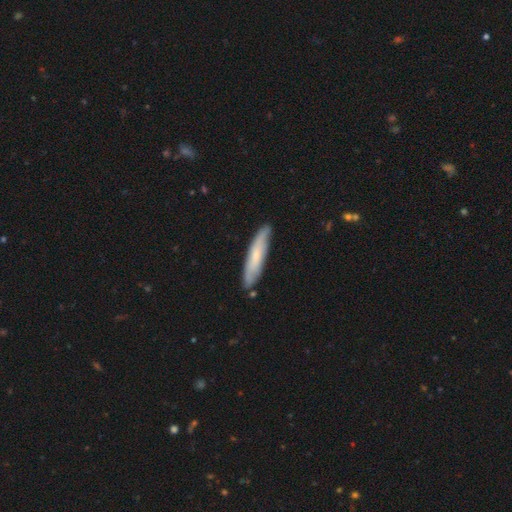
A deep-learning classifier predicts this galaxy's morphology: type=smooth (61%); roundness=cigar-shaped (85%); merging=none (83%).